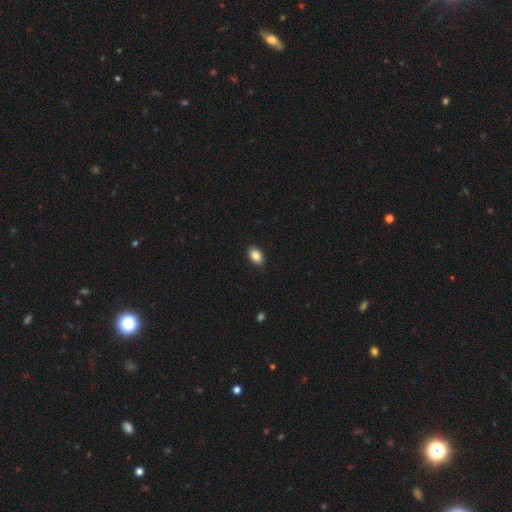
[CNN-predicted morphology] This appears to be a smooth galaxy with no disk features (87%) that is in between round and cigar-shaped (90%). Merging: none (89%).